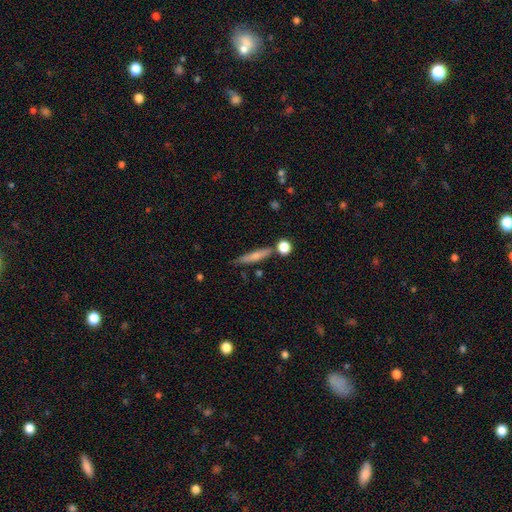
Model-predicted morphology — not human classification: This appears to be a smooth galaxy with no disk features (65%) that is cigar-shaped (84%). Merging: none (70%).